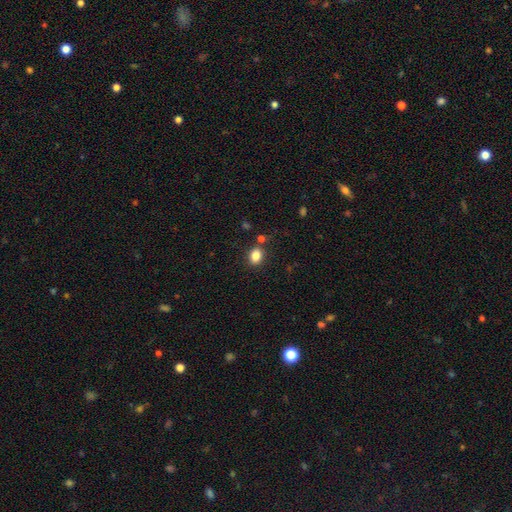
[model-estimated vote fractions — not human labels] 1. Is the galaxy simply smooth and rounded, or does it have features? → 84% smooth, 10% star or artifact, 5% featured or disk.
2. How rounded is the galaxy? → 62% in between, 37% round, 1% cigar-shaped.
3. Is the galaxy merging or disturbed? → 80% none, 10% minor disturbance, 6% merger, 3% major disturbance.